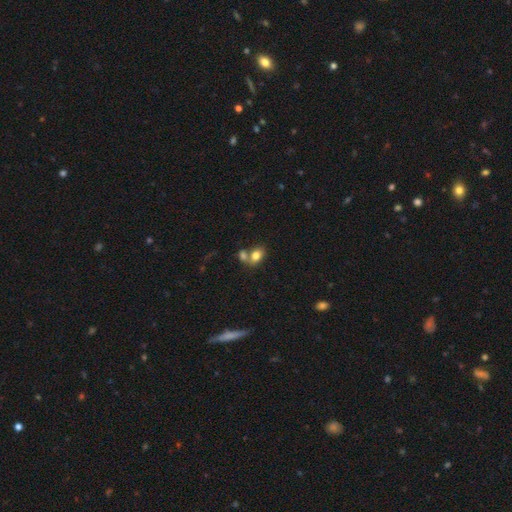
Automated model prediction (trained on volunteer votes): Morphology: type=smooth (79%); roundness=in between (72%); merging=merger (46%).